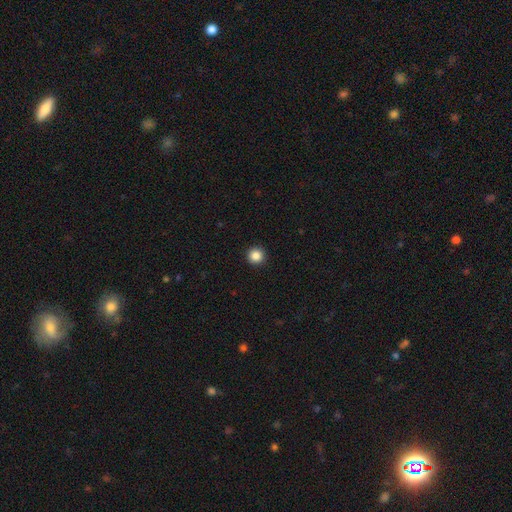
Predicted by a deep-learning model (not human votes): The model was most divided on "smooth or featured": smooth: 86%, star or artifact: 11%, featured or disk: 3%. More confident: how rounded — round (96%); merging — none (93%).